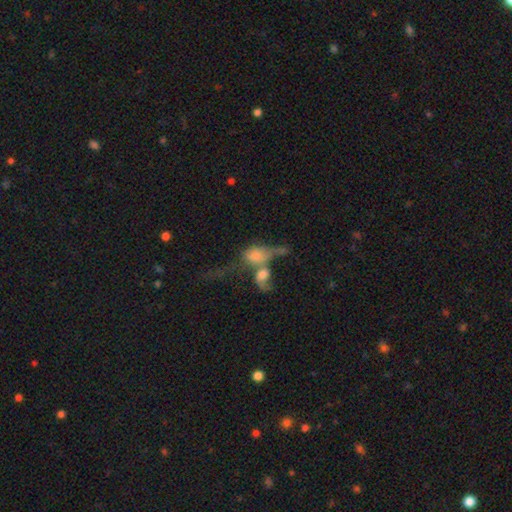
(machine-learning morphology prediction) Smooth or featured: smooth — 52% (featured or disk — 37%)
How rounded: in between — 71% (round — 23%)
Merging: merger — 72% (major disturbance — 14%)